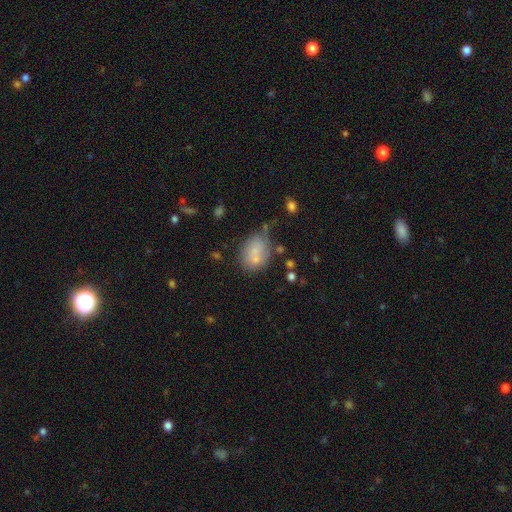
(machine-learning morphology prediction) Smooth or featured?
  - smooth: 68% *
  - featured or disk: 20%
  - star or artifact: 12%
How rounded?
  - in between: 68% *
  - round: 30%
  - cigar-shaped: 2%
Merging?
  - none: 46% *
  - minor disturbance: 24%
  - merger: 20%
  - major disturbance: 10%